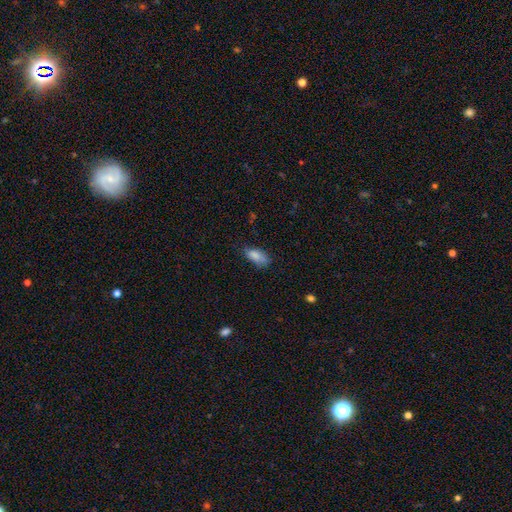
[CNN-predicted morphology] This is clearly a smooth galaxy (85%). How rounded: clearly in between (86%). Merging: likely none (61%).